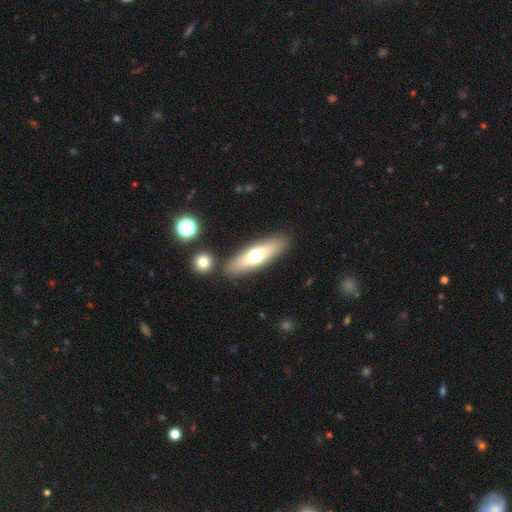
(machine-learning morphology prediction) Q: Smooth or featured?
A: smooth (59%); runner-up: featured or disk (34%)
Q: How rounded?
A: cigar-shaped (52%); runner-up: in between (45%)
Q: Merging?
A: none (85%); runner-up: minor disturbance (8%)